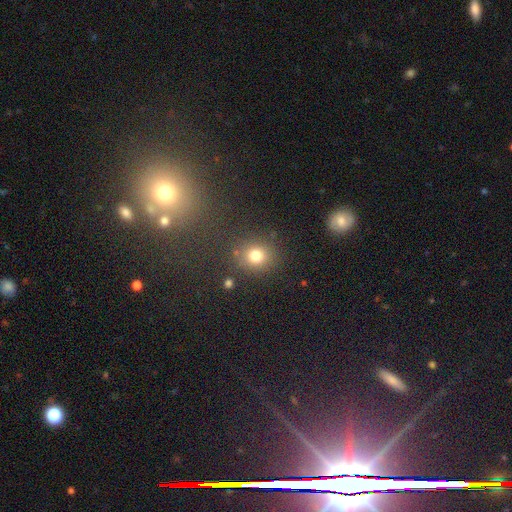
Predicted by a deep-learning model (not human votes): The model was most divided on "smooth or featured": smooth: 77%, star or artifact: 16%, featured or disk: 7%. More confident: merging — none (80%); how rounded — round (80%).